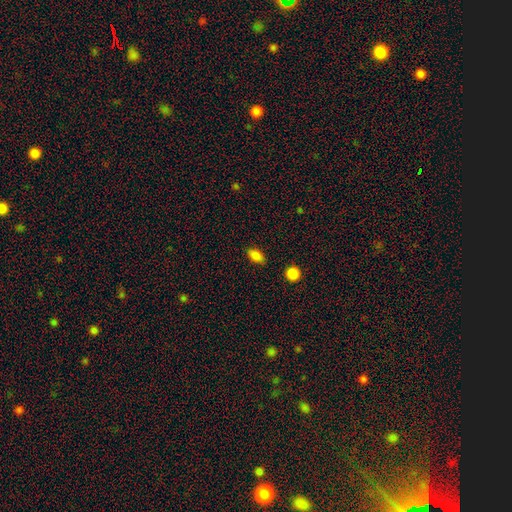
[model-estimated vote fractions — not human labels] A smooth galaxy with no disk features (86%) that is in between round and cigar-shaped (89%). Merging: none (85%).